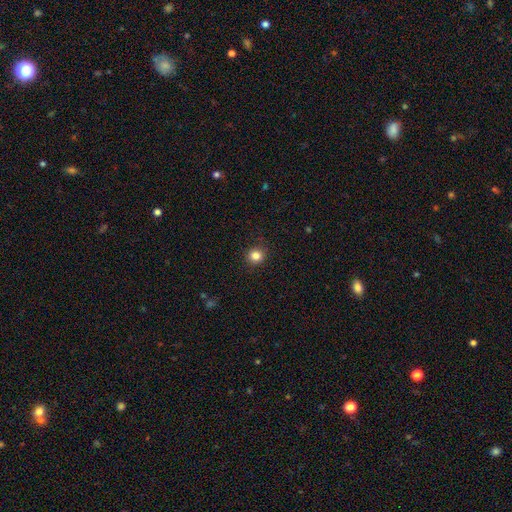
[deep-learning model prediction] Smooth or featured? smooth (84%)
How rounded? round (89%)
Merging? none (90%)